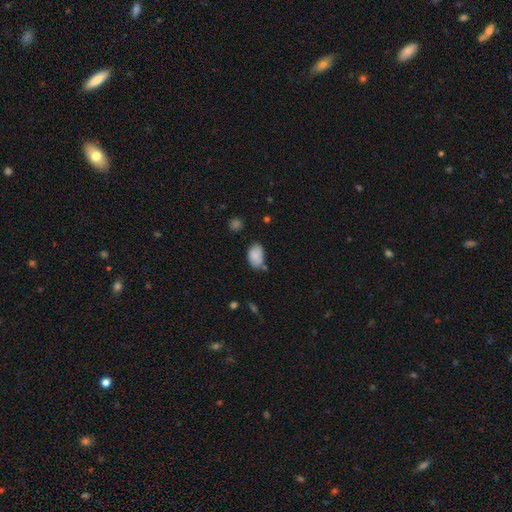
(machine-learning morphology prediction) smooth-or-featured: smooth: 82% | featured or disk: 10% | star or artifact: 8%
  how-rounded: in between: 90% | round: 9% | cigar-shaped: 1%
  merging: none: 58% | minor disturbance: 27% | merger: 9% | major disturbance: 6%